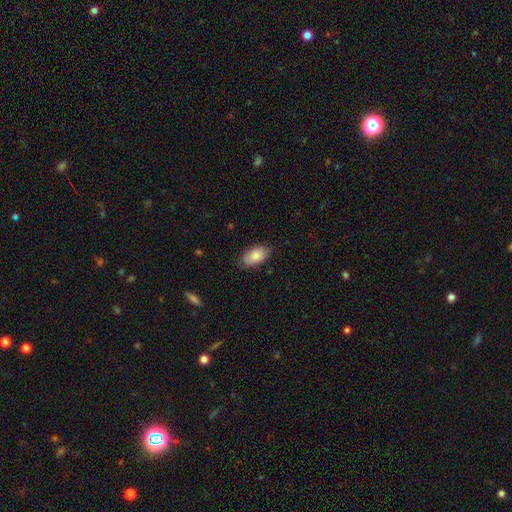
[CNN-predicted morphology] type=smooth (86%); roundness=in between (94%); merging=none (82%).